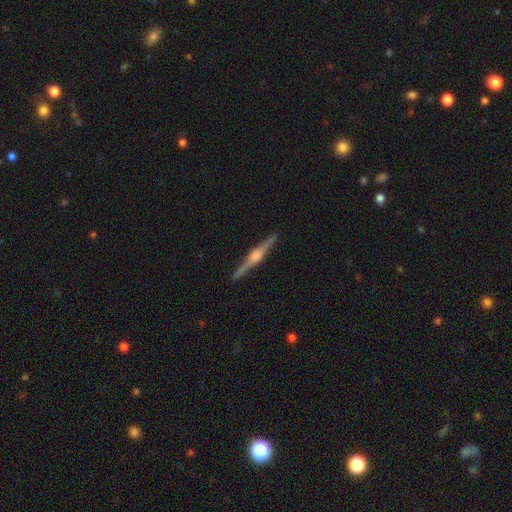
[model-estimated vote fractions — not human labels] This appears to be a featured or disk galaxy (86%) viewed edge-on (99%) with a rounded central bulge (88%). Merging: none (92%).